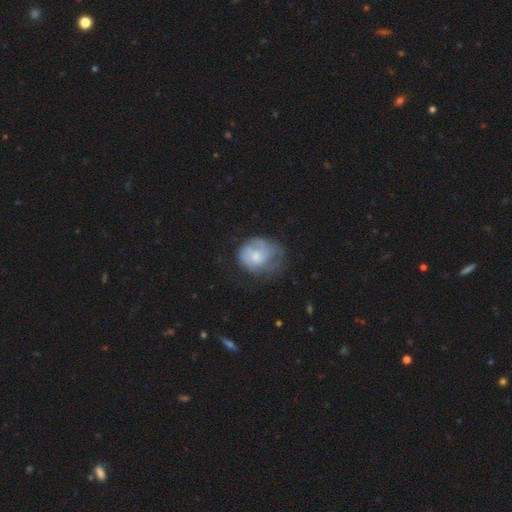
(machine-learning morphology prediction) The model was most divided on "smooth or featured": smooth: 49%, featured or disk: 44%, star or artifact: 7%. Remaining: merging — none (39%).